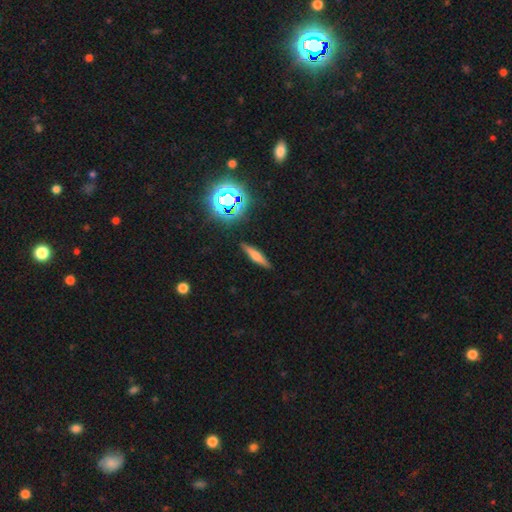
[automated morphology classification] Smooth or featured? Predicted: smooth (p=0.48). Merging? Predicted: none (p=0.88).